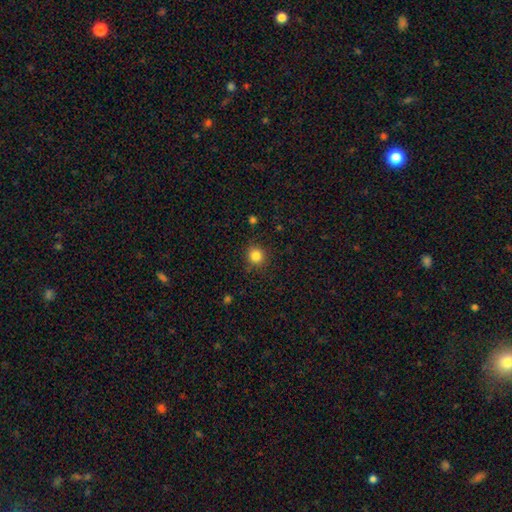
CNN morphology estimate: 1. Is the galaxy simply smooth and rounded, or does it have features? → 84% smooth, 11% star or artifact, 4% featured or disk.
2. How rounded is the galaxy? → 89% round, 10% in between, 1% cigar-shaped.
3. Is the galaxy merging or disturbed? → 88% none, 8% minor disturbance, 3% major disturbance, 1% merger.